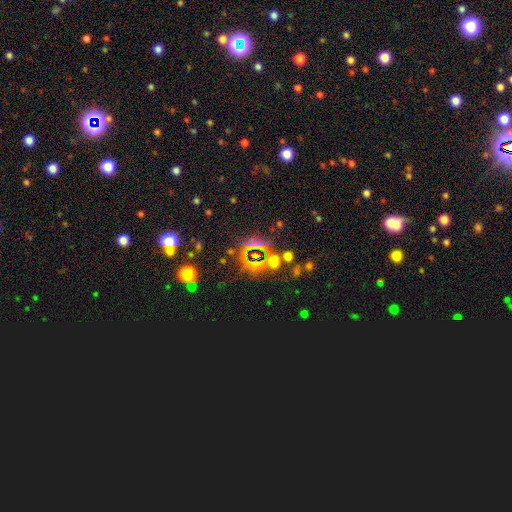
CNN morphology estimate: A star or artifact, not a galaxy (72%).